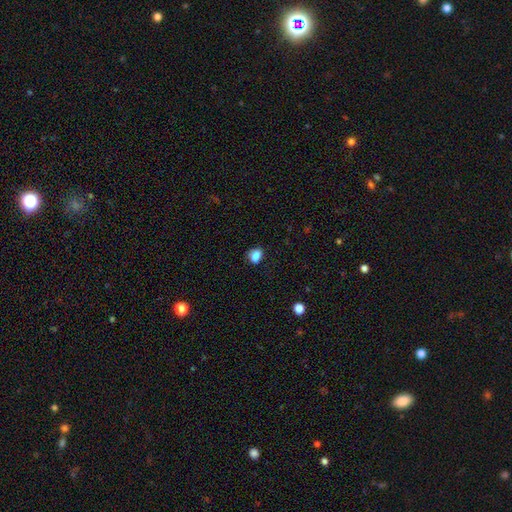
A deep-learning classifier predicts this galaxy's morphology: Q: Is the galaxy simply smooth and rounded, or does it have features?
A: smooth — 85%.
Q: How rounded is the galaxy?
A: in between — 65%.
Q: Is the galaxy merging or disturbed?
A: none — 75%.